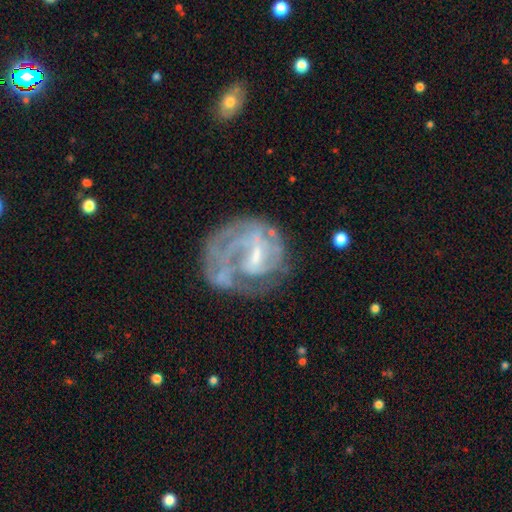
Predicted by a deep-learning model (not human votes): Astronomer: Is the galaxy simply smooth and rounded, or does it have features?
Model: featured or disk — 78%.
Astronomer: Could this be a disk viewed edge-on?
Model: no — 98%.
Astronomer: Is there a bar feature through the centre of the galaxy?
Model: weak — 52% (runner-up: no, 28%).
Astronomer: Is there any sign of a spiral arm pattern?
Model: yes — 75%.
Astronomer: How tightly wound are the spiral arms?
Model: tight — 46% (runner-up: medium, 34%).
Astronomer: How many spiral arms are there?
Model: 1 — 33% (runner-up: can't tell, 31%).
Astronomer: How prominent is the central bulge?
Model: small — 41% (runner-up: moderate, 28%).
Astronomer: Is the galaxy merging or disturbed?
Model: none — 42% (runner-up: major disturbance, 33%).